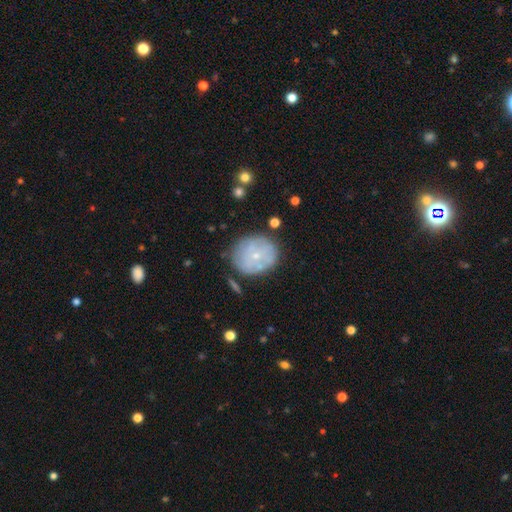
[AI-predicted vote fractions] Smooth or featured? smooth (46%, tied with featured or disk)
Merging? none (69%)